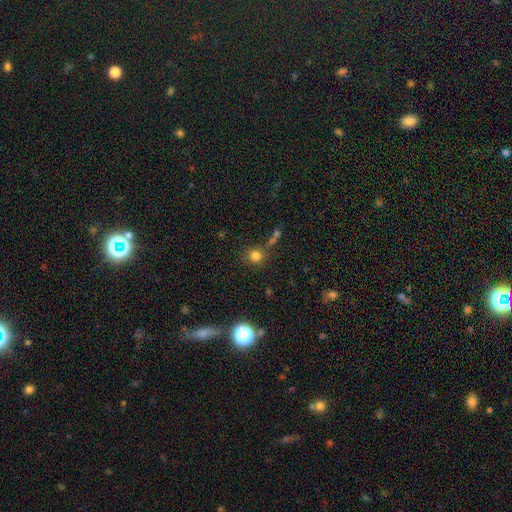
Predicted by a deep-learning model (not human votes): Smooth or featured? smooth (77%)
How rounded? round (89%)
Merging? none (73%)